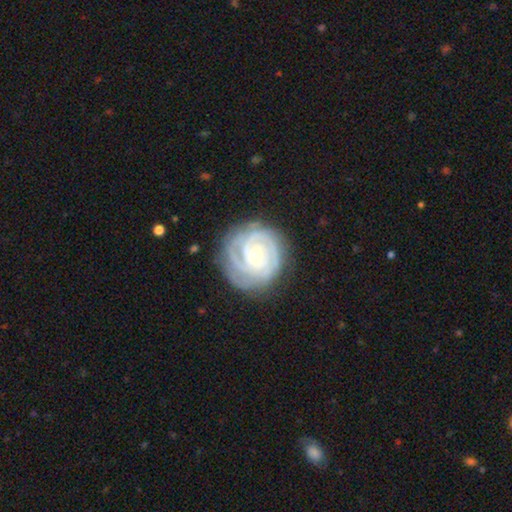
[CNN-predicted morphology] smooth_or_featured: featured or disk (p=0.87) [alt: smooth p=0.08]
disk_edge_on: no (p=0.98) [alt: yes p=0.02]
bar: no (p=0.63) [alt: weak p=0.28]
has_spiral_arms: yes (p=0.97) [alt: no p=0.03]
spiral_winding: tight (p=0.83) [alt: medium p=0.14]
spiral_arm_count: 3 (p=0.33) [alt: can't tell p=0.22]
bulge_size: moderate (p=0.57) [alt: small p=0.39]
merging: none (p=0.79) [alt: minor disturbance p=0.15]